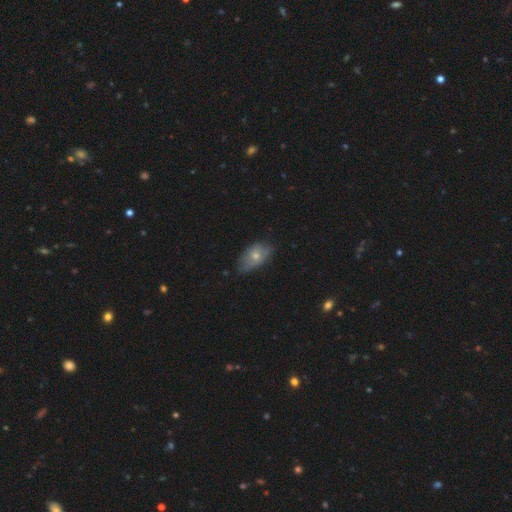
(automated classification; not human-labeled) Morphology: type=smooth (64%); roundness=in between (89%); merging=none (56%).